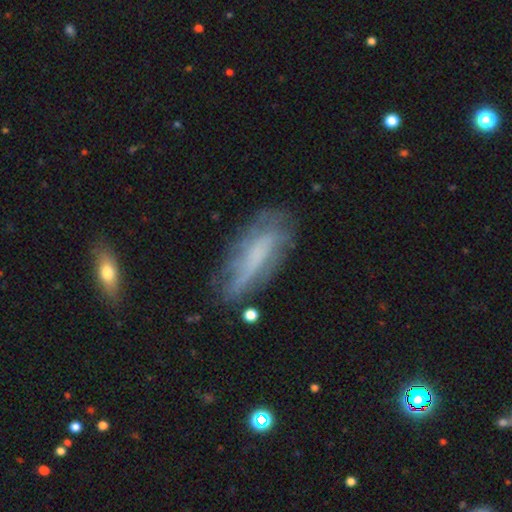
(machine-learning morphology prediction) Q: Smooth or featured?
A: featured or disk (51%); runner-up: smooth (40%)
Q: Edge-on disk?
A: no (69%); runner-up: yes (31%)
Q: Merging?
A: none (60%); runner-up: minor disturbance (26%)